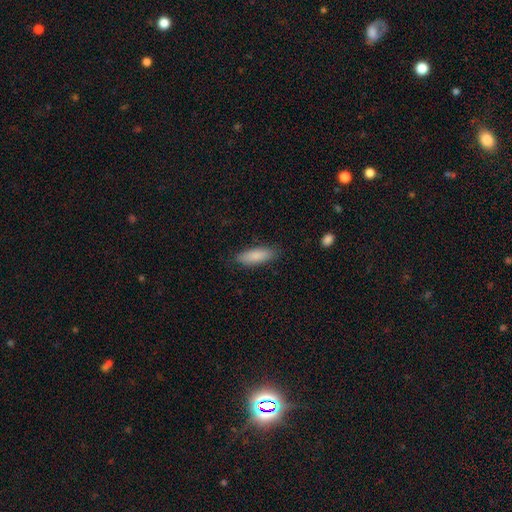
Smooth or featured?
  - smooth: 92% *
  - featured or disk: 5%
  - star or artifact: 3%
How rounded?
  - in between: 74% *
  - cigar-shaped: 26%
  - round: 0%
Merging?
  - none: 92% *
  - minor disturbance: 6%
  - major disturbance: 3%
  - merger: 0%